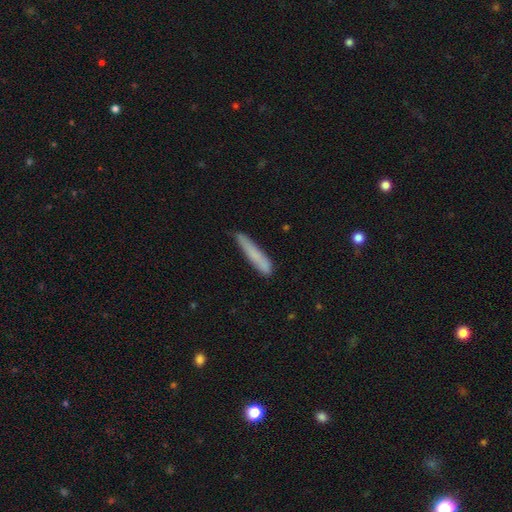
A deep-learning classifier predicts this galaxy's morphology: Smooth or featured?
  - smooth: 76% *
  - featured or disk: 17%
  - star or artifact: 7%
How rounded?
  - cigar-shaped: 93% *
  - in between: 6%
  - round: 1%
Merging?
  - none: 76% *
  - minor disturbance: 19%
  - major disturbance: 3%
  - merger: 2%